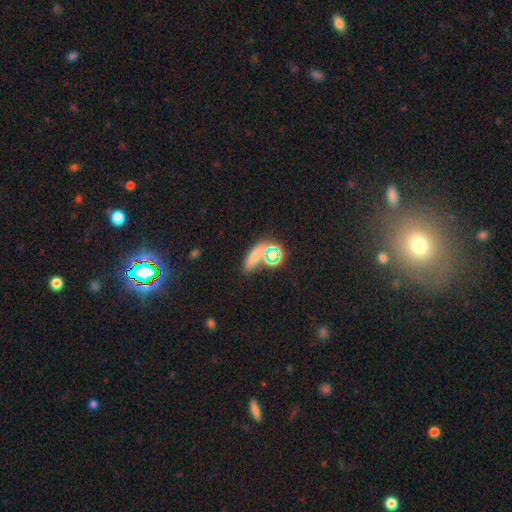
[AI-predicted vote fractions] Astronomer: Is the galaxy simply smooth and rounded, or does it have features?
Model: smooth — 57%.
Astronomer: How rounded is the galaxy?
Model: in between — 56%.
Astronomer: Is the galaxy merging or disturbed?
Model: none — 66%.